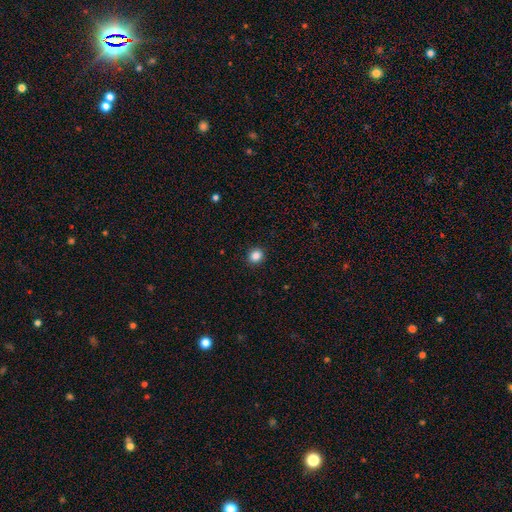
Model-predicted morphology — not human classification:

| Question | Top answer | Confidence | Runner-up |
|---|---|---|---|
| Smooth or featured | smooth | 86% | star or artifact (11%) |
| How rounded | round | 81% | in between (19%) |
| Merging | none | 92% | minor disturbance (5%) |